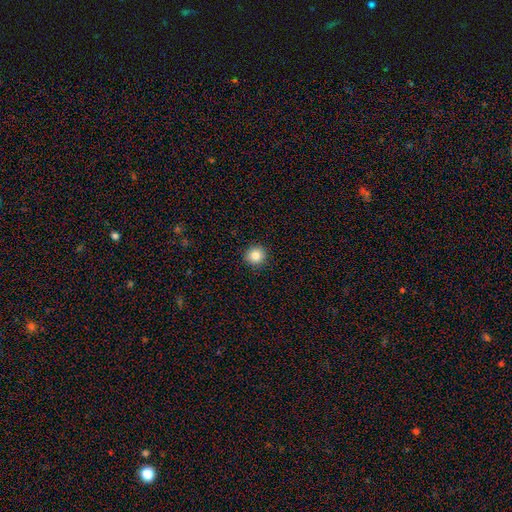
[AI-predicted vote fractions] Q: Smooth or featured?
A: smooth (86%); runner-up: star or artifact (10%)
Q: How rounded?
A: round (93%); runner-up: in between (6%)
Q: Merging?
A: none (92%); runner-up: minor disturbance (5%)